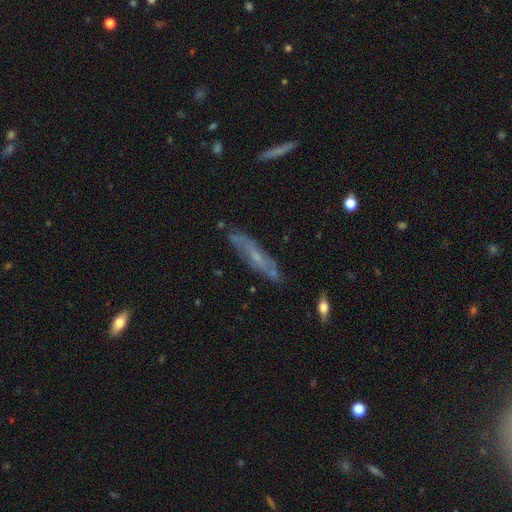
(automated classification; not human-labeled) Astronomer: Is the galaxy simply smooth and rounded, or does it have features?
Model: featured or disk — 62%.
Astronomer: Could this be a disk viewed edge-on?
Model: no — 50%, tied with yes at 50%.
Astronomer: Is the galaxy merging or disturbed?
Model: none — 75%.